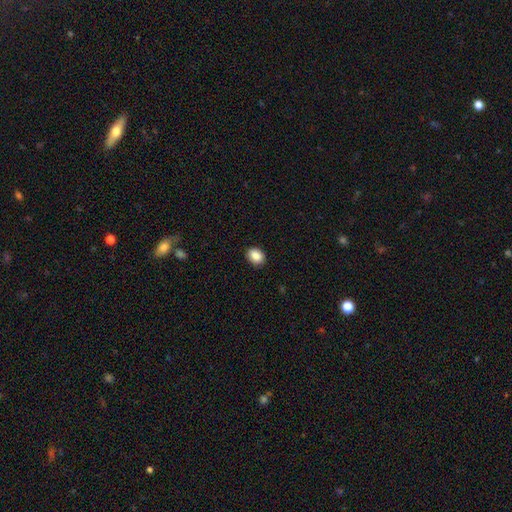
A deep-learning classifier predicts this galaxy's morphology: The model was most divided on "how rounded": in between: 60%, round: 39%, cigar-shaped: 1%. More confident: smooth or featured — smooth (88%); merging — none (88%).